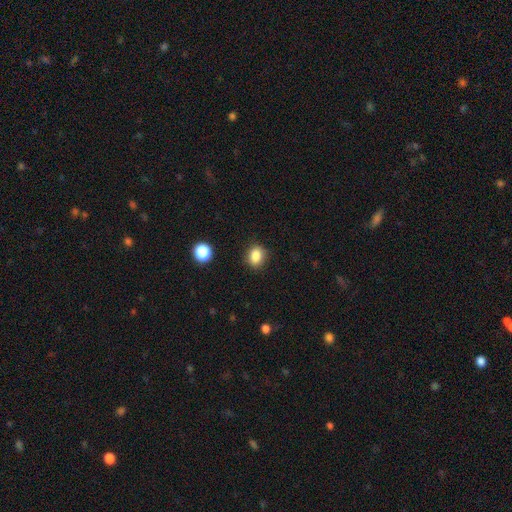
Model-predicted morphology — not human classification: smooth 85%, star or artifact 11%, featured or disk 4%. Down the decision tree: how rounded — in between (52%); merging — none (86%).